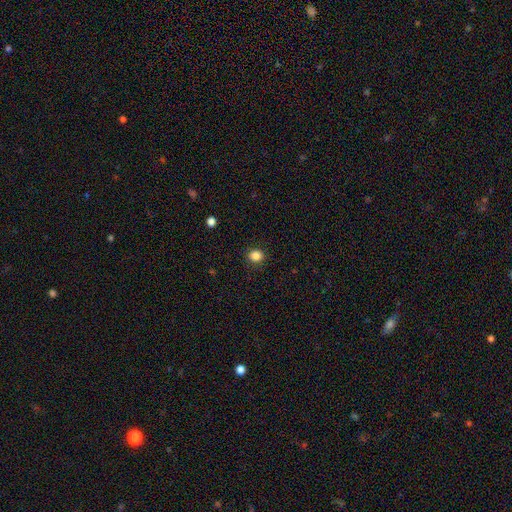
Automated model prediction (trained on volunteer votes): Smooth or featured? smooth (85%)
How rounded? round (81%)
Merging? none (90%)